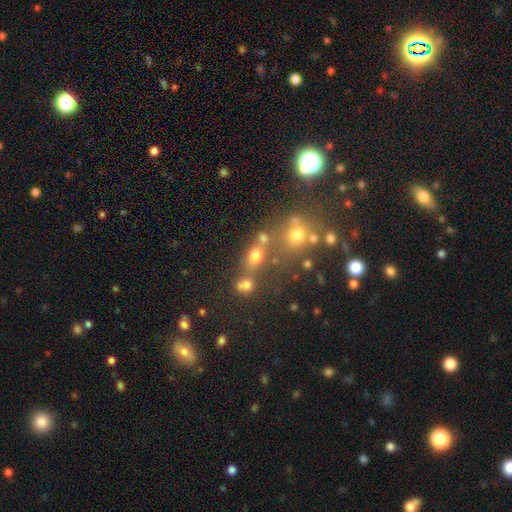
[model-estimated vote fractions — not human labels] Overall: smooth (66%). How rounded: round (52%; in between 44%). Merging: none (51%; merger 30%).